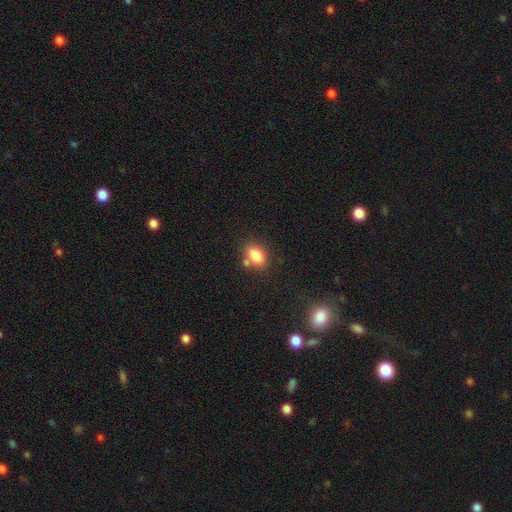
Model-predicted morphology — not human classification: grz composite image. It shows a smooth galaxy with no disk features (83%) that is in between round and cigar-shaped (82%). Merging: none (66%).